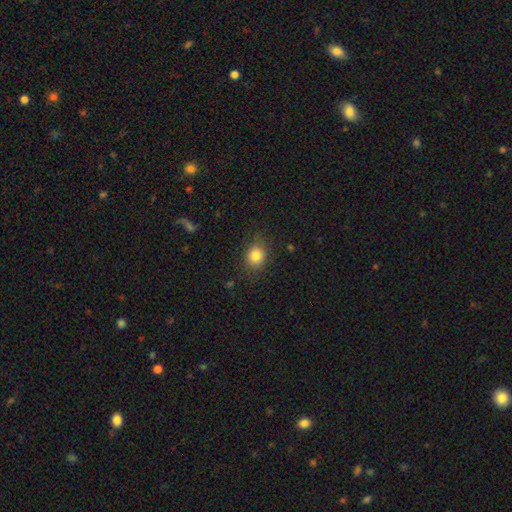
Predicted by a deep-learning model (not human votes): Q: Smooth or featured?
A: smooth (83%); runner-up: star or artifact (11%)
Q: How rounded?
A: round (66%); runner-up: in between (33%)
Q: Merging?
A: none (82%); runner-up: minor disturbance (13%)